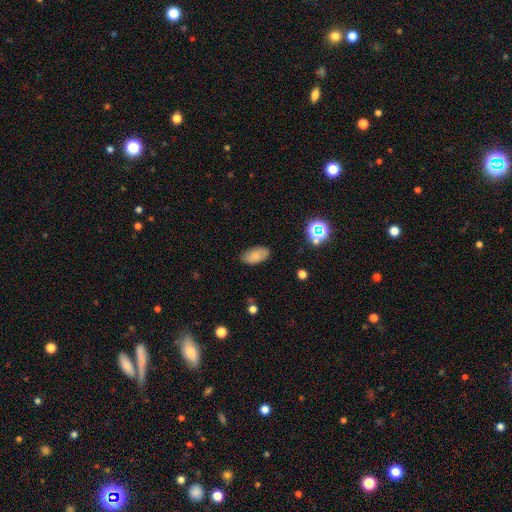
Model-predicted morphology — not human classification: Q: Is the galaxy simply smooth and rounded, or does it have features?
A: smooth — 80%.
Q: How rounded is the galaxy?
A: in between — 94%.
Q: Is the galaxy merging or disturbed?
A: none — 85%.